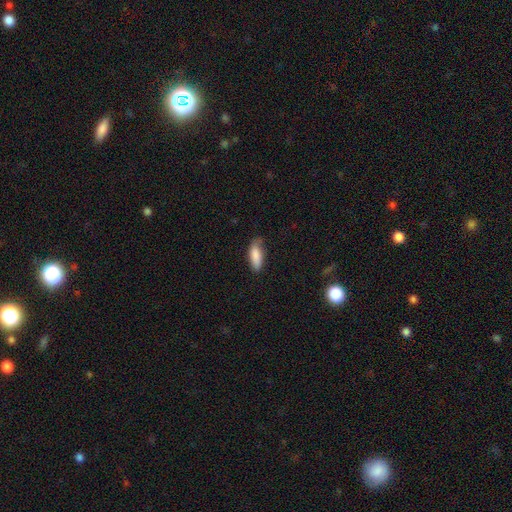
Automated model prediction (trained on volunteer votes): Smooth or featured? Predicted: smooth (p=0.86). How rounded? Predicted: in between (p=0.75). Merging? Predicted: none (p=0.65).